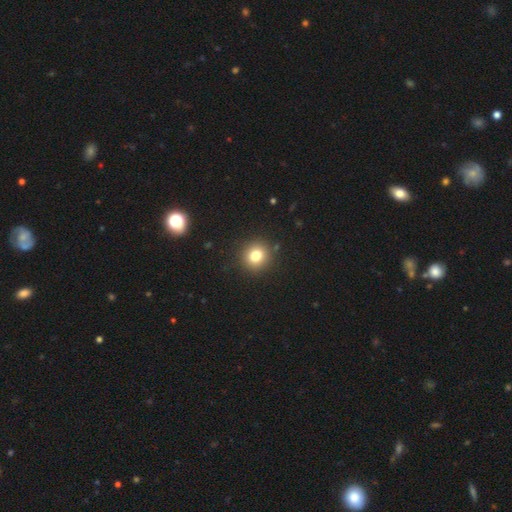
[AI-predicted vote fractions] Smooth or featured? smooth (78%)
How rounded? round (90%)
Merging? none (90%)